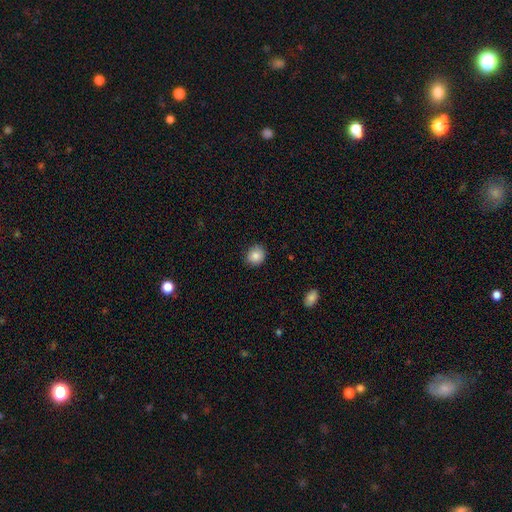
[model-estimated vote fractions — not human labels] Smooth or featured? Predicted: smooth (p=0.85). How rounded? Predicted: round (p=0.81). Merging? Predicted: none (p=0.87).